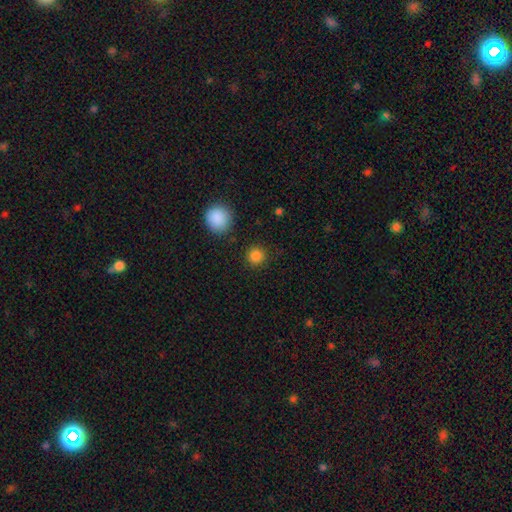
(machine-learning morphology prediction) Smooth or featured? Predicted: smooth (p=0.85). How rounded? Predicted: round (p=0.92). Merging? Predicted: none (p=0.88).